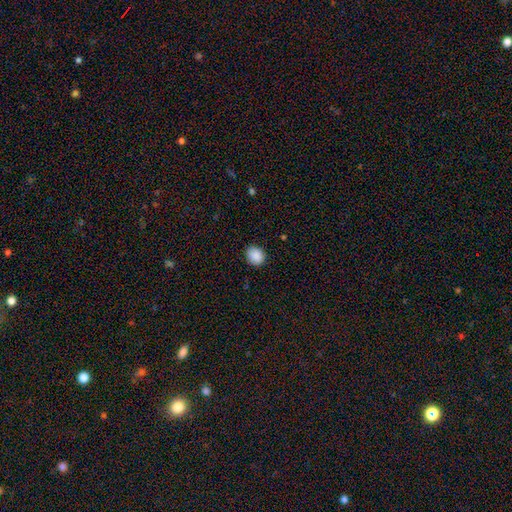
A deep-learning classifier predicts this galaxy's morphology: smooth 89%, star or artifact 8%, featured or disk 3%. Down the decision tree: how rounded — round (65%); merging — none (86%).